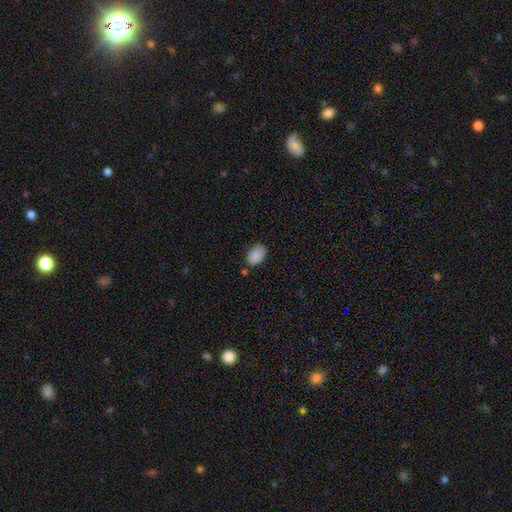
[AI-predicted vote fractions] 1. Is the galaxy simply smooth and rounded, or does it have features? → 88% smooth, 8% star or artifact, 4% featured or disk.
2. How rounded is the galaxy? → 89% in between, 10% round, 1% cigar-shaped.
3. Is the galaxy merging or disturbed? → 74% none, 18% minor disturbance, 5% merger, 4% major disturbance.